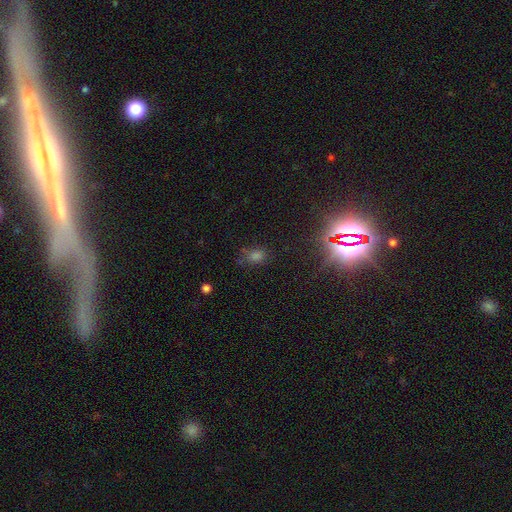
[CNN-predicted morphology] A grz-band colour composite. It shows a smooth galaxy with no disk features (47%). Merging: none (73%).